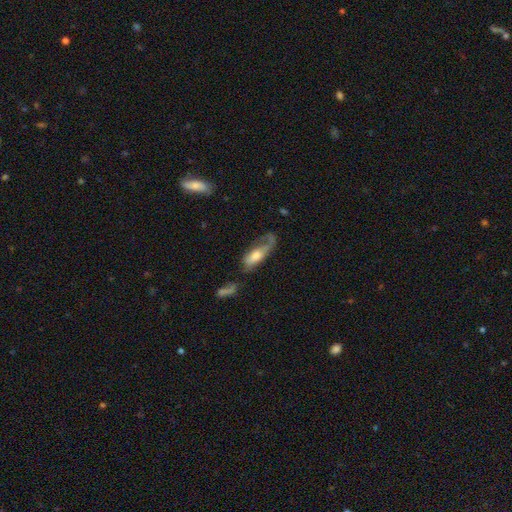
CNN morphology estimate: Overall: smooth (50%; featured or disk 42%). How rounded: in between (69%). Merging: major disturbance (40%; none 29%).